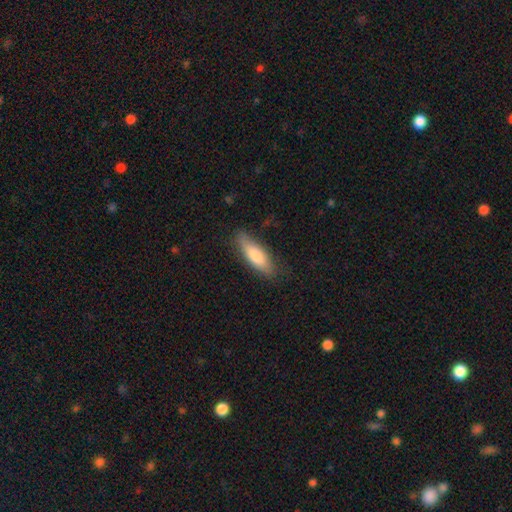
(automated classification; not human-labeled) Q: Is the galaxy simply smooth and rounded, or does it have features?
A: smooth — 74%.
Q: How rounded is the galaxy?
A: cigar-shaped — 53%.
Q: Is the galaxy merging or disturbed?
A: none — 77%.